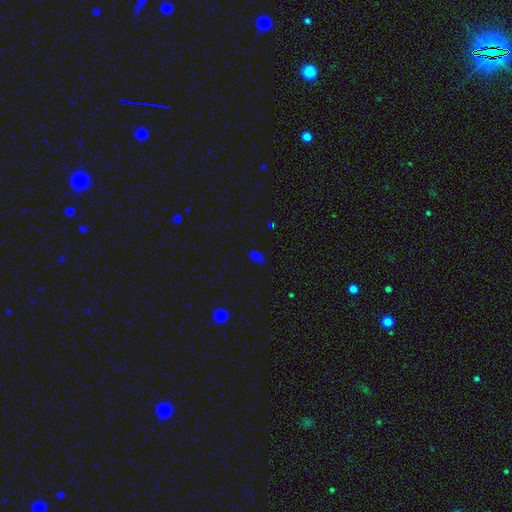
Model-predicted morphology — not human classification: Overall: smooth (61%; star or artifact 33%). How rounded: in between (82%). Merging: none (70%).